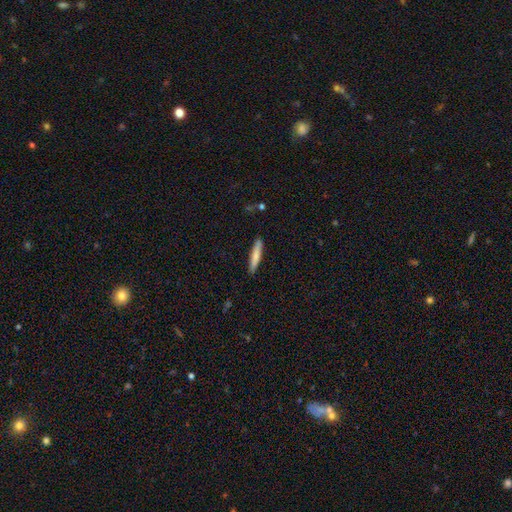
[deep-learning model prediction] Morphology: type=smooth (75%); roundness=cigar-shaped (92%); merging=none (89%).